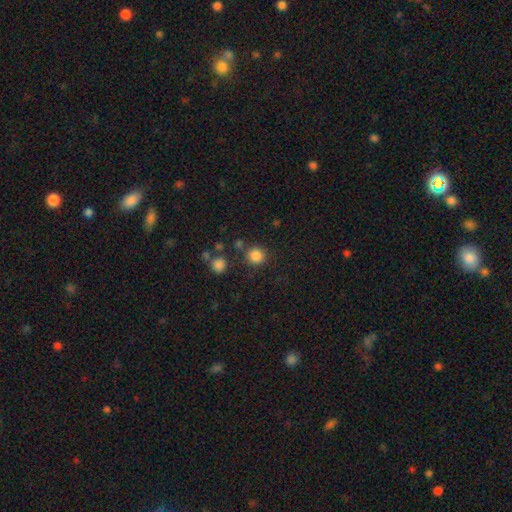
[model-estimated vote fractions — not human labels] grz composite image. It shows a smooth galaxy with no disk features (84%) that is round (92%). Merging: none (82%).